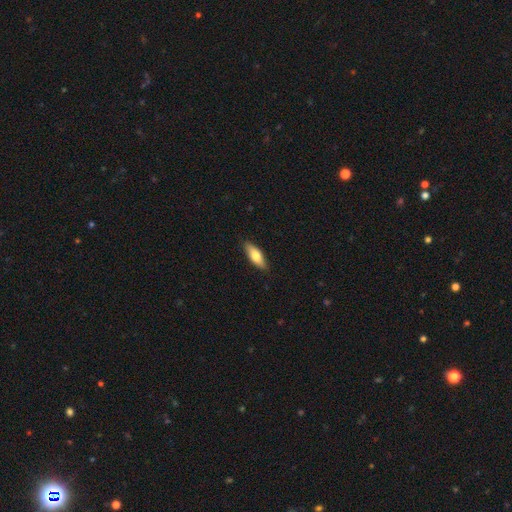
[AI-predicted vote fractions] Smooth or featured? Predicted: smooth (p=0.71). How rounded? Predicted: in between (p=0.63). Merging? Predicted: none (p=0.87).